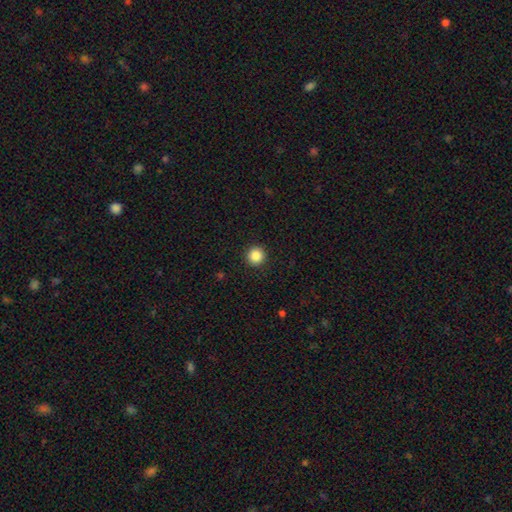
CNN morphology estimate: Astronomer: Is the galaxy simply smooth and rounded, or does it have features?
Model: smooth — 86%.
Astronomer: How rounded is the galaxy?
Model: round — 96%.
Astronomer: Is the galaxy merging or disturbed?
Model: none — 93%.